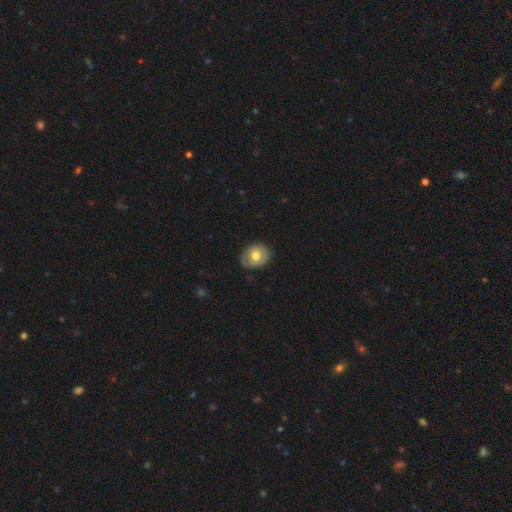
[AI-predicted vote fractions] smooth_or_featured: smooth (p=0.71) [alt: featured or disk p=0.21]
how_rounded: round (p=0.59) [alt: in between p=0.41]
merging: none (p=0.77) [alt: minor disturbance p=0.18]